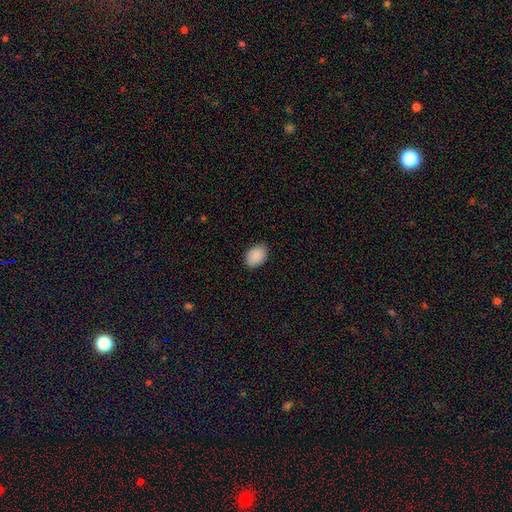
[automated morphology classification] type=smooth (91%); roundness=in between (79%); merging=none (87%).